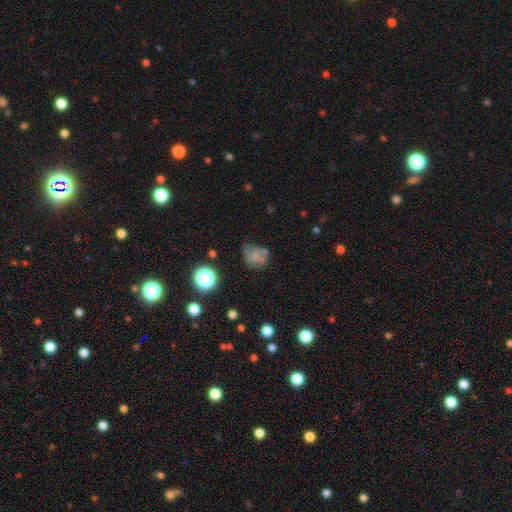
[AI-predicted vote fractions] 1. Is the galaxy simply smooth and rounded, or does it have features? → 61% smooth, 20% featured or disk, 19% star or artifact.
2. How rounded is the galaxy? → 65% round, 34% in between, 1% cigar-shaped.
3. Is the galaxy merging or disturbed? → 48% none, 25% minor disturbance, 15% major disturbance, 12% merger.